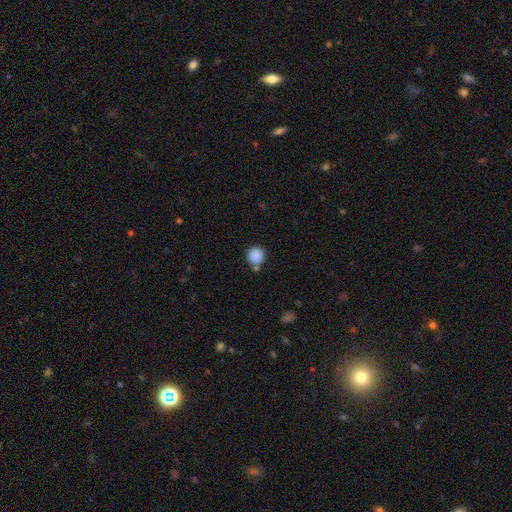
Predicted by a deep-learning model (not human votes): Smooth or featured: smooth — 87% (star or artifact — 9%)
How rounded: round — 90% (in between — 9%)
Merging: none — 67% (merger — 14%)